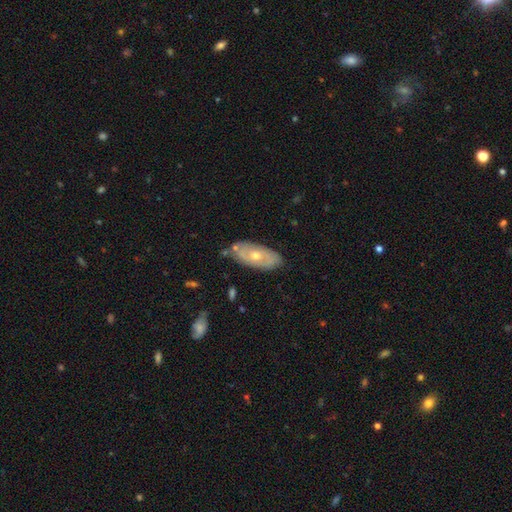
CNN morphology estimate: Q: Smooth or featured?
A: featured or disk (59%); runner-up: smooth (34%)
Q: Edge-on disk?
A: no (85%); runner-up: yes (15%)
Q: Bar?
A: no (81%); runner-up: weak (15%)
Q: Spiral arms?
A: no (52%); runner-up: yes (48%)
Q: Bulge size?
A: moderate (59%); runner-up: small (37%)
Q: Merging?
A: none (76%); runner-up: minor disturbance (17%)